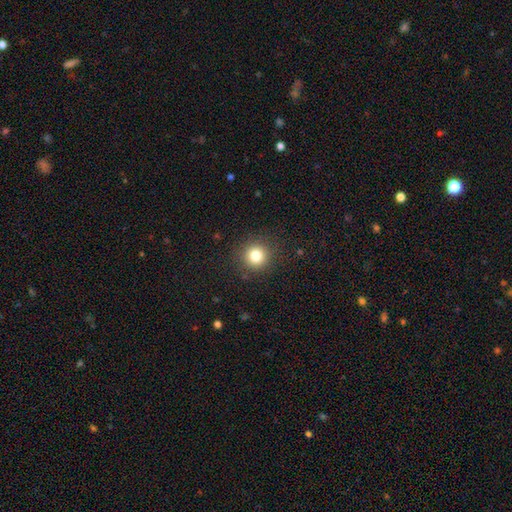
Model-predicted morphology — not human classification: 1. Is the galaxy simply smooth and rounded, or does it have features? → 81% smooth, 13% star or artifact, 6% featured or disk.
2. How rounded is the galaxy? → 94% round, 5% in between, 1% cigar-shaped.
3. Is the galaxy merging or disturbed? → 90% none, 6% minor disturbance, 3% major disturbance, 1% merger.